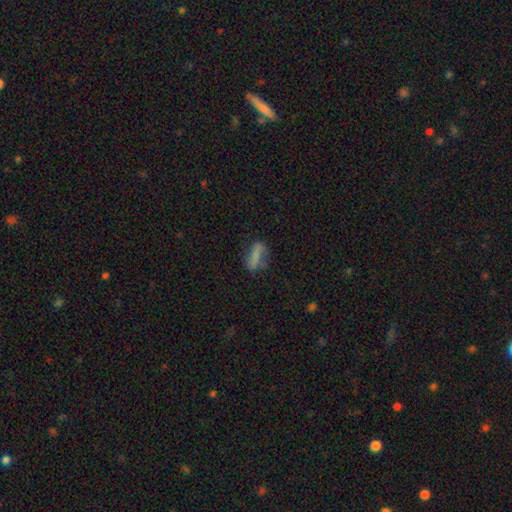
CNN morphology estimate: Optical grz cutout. It shows a smooth galaxy with no disk features (64%) that is in between round and cigar-shaped (57%). Merging: none (59%).